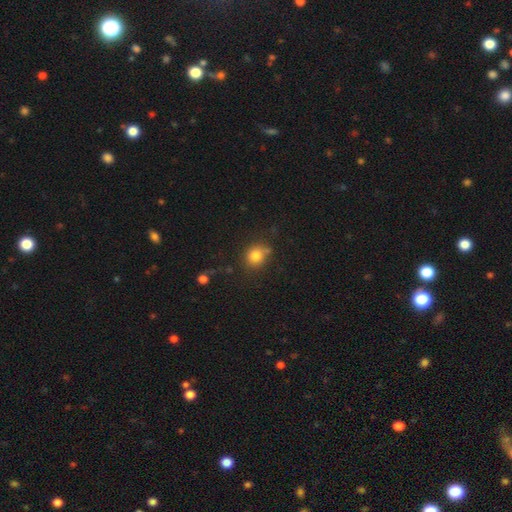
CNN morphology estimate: Smooth or featured? smooth (81%)
How rounded? round (76%)
Merging? none (65%)